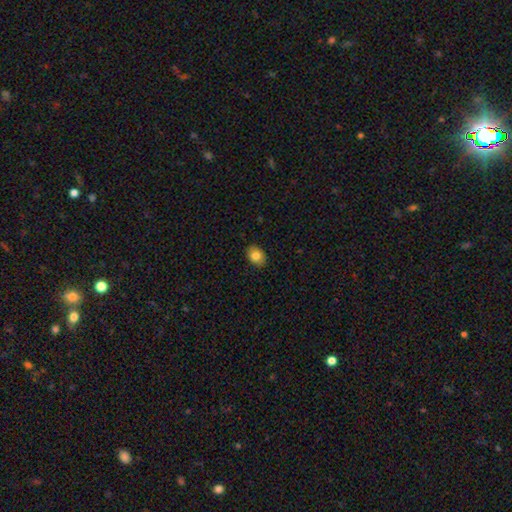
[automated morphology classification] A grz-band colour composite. It shows a smooth galaxy with no disk features (82%) that is in between round and cigar-shaped (66%). Merging: none (88%).